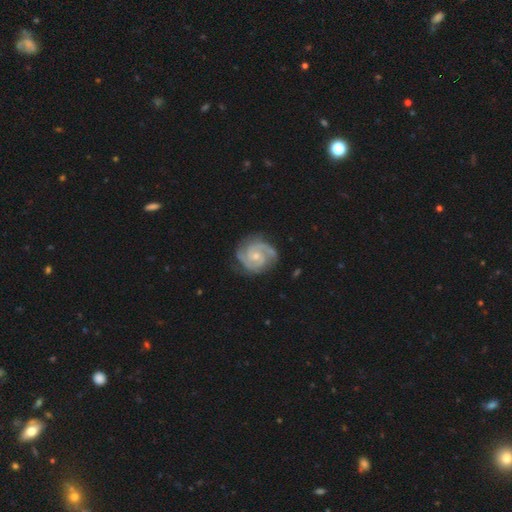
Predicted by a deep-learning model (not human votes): smooth_or_featured: featured or disk (p=0.92) [alt: smooth p=0.04]
disk_edge_on: no (p=0.98) [alt: yes p=0.02]
bar: no (p=0.62) [alt: weak p=0.32]
has_spiral_arms: yes (p=0.98) [alt: no p=0.02]
spiral_winding: tight (p=0.63) [alt: medium p=0.33]
spiral_arm_count: 2 (p=0.70) [alt: 3 p=0.19]
bulge_size: small (p=0.60) [alt: moderate p=0.34]
merging: none (p=0.80) [alt: minor disturbance p=0.15]